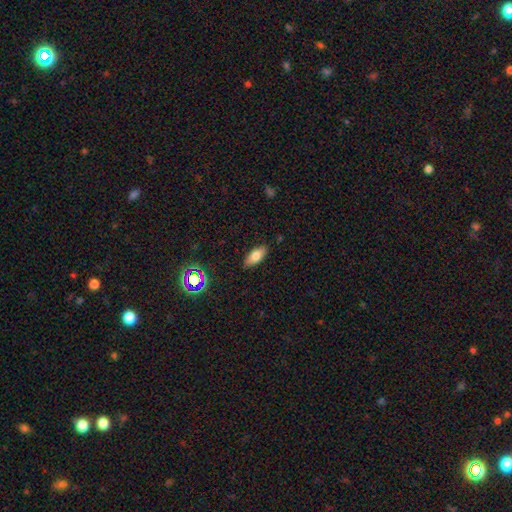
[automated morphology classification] Overall: smooth (74%). How rounded: in between (82%). Merging: none (86%).